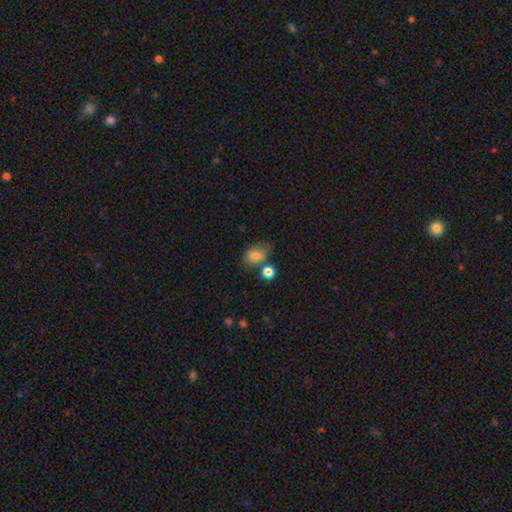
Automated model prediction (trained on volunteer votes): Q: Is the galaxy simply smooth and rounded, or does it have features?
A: smooth — 80%.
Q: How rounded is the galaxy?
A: in between — 73%.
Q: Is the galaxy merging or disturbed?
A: none — 54%.